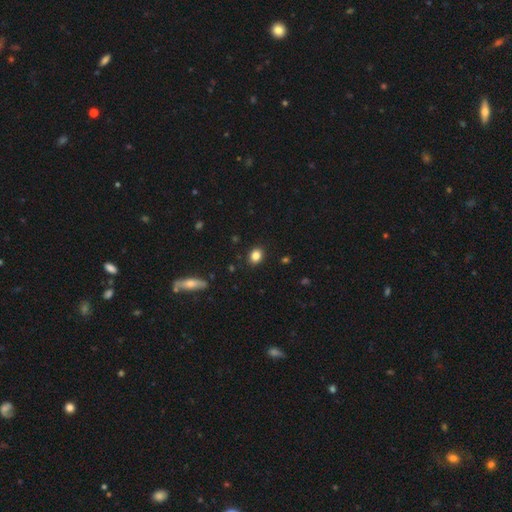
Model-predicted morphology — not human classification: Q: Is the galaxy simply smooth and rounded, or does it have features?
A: smooth — 85%.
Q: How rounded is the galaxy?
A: in between — 53%.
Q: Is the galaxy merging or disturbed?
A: none — 90%.